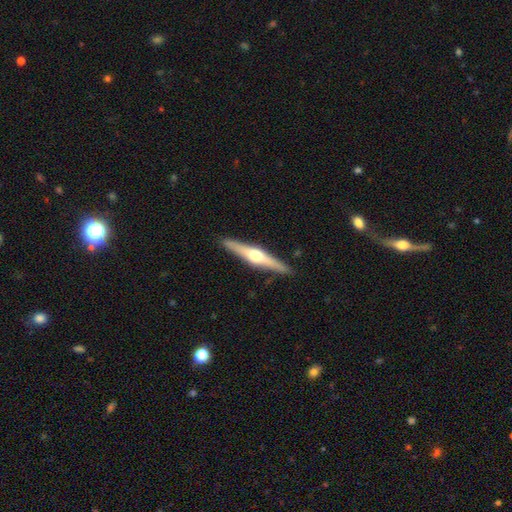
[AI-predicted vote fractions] Smooth or featured?
  - featured or disk: 72% *
  - smooth: 23%
  - star or artifact: 5%
Edge-on disk?
  - yes: 97% *
  - no: 3%
Edge-on bulge?
  - rounded: 94% *
  - boxy: 3%
  - none: 2%
Merging?
  - none: 90% *
  - minor disturbance: 7%
  - major disturbance: 2%
  - merger: 1%